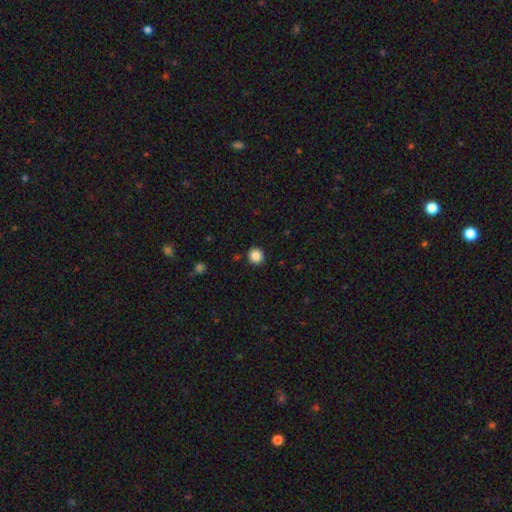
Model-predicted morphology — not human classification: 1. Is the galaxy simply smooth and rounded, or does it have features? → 86% smooth, 10% star or artifact, 4% featured or disk.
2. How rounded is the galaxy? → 91% round, 8% in between, 1% cigar-shaped.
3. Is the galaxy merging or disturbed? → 91% none, 6% minor disturbance, 2% major disturbance, 1% merger.